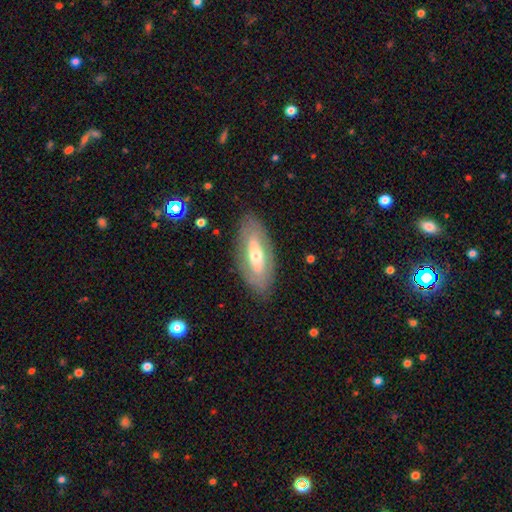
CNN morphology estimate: Overall: featured or disk (55%; smooth 39%). Edge-on disk: no (82%). Merging: none (82%).